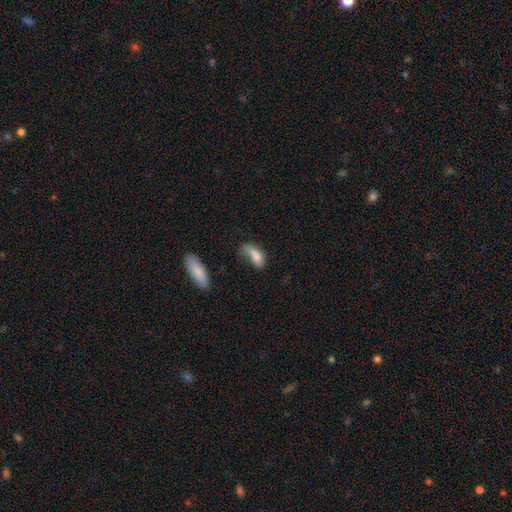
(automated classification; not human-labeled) The model was most divided on "merging": merger: 29%, none: 26%, major disturbance: 24%, minor disturbance: 21%. More confident: how rounded — in between (85%); smooth or featured — smooth (74%).